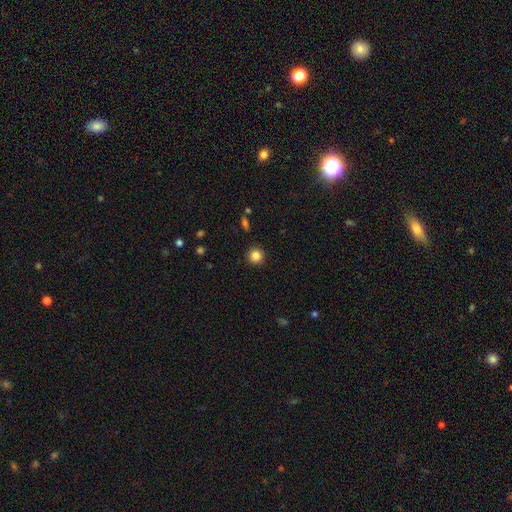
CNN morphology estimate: smooth-or-featured: smooth: 85% | star or artifact: 11% | featured or disk: 4%
  how-rounded: round: 94% | in between: 5% | cigar-shaped: 1%
  merging: none: 91% | minor disturbance: 6% | major disturbance: 2% | merger: 1%